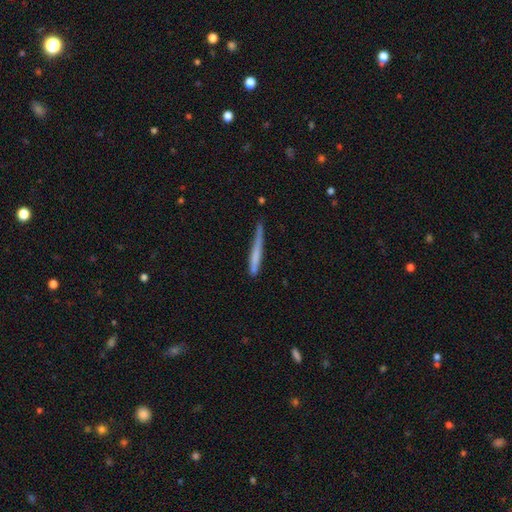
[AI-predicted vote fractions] Morphology: type=smooth (63%); roundness=cigar-shaped (96%); merging=none (67%).